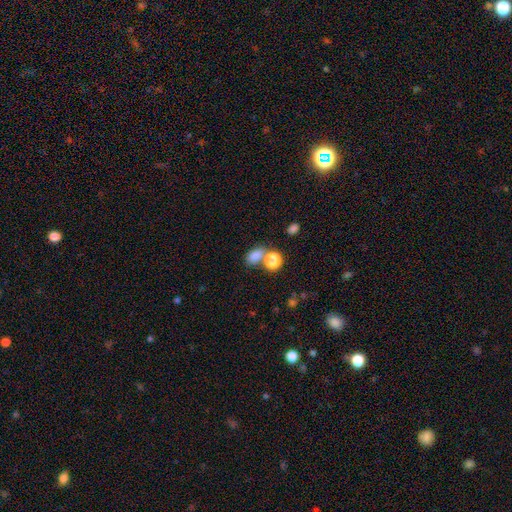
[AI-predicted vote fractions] Smooth or featured: smooth — 80% (star or artifact — 13%)
How rounded: in between — 73% (round — 25%)
Merging: none — 48% (merger — 35%)